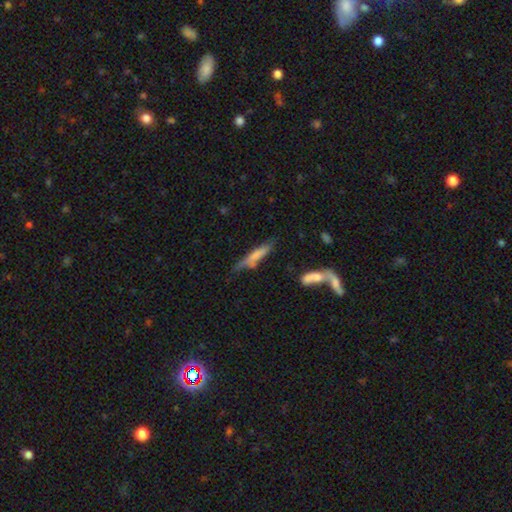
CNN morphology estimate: Smooth or featured? smooth (67%)
How rounded? cigar-shaped (84%)
Merging? none (47%)